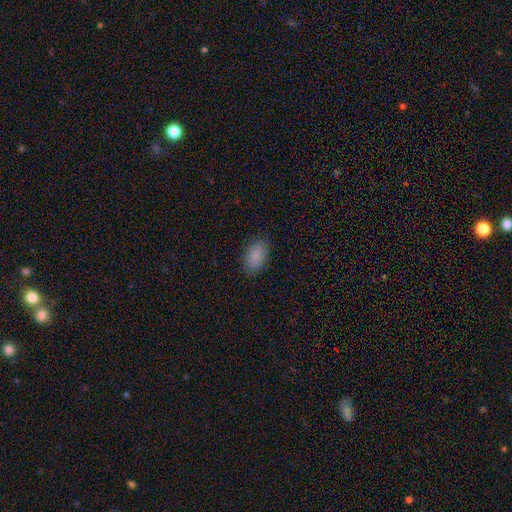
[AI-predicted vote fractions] smooth_or_featured: smooth (p=0.88) [alt: star or artifact p=0.07]
how_rounded: in between (p=0.94) [alt: round p=0.04]
merging: none (p=0.87) [alt: minor disturbance p=0.10]